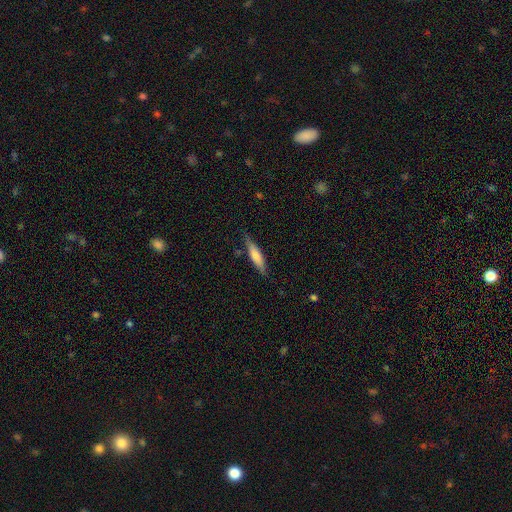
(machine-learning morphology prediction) The model was most divided on "smooth or featured": smooth: 67%, featured or disk: 27%, star or artifact: 6%. More confident: how rounded — cigar-shaped (80%); merging — none (79%).